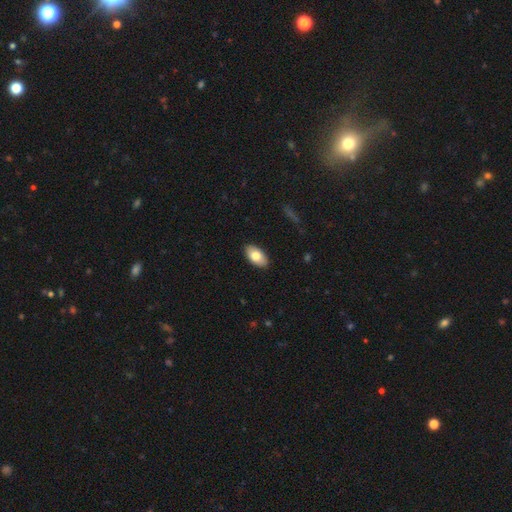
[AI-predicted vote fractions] Smooth or featured?
  - smooth: 79% *
  - featured or disk: 15%
  - star or artifact: 6%
How rounded?
  - in between: 95% *
  - round: 3%
  - cigar-shaped: 2%
Merging?
  - none: 89% *
  - minor disturbance: 8%
  - major disturbance: 2%
  - merger: 1%